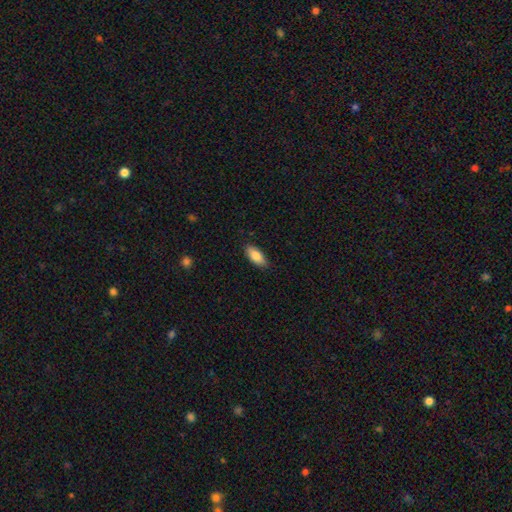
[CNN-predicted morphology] Smooth or featured?
  - smooth: 83% *
  - featured or disk: 10%
  - star or artifact: 6%
How rounded?
  - in between: 85% *
  - cigar-shaped: 13%
  - round: 2%
Merging?
  - none: 86% *
  - minor disturbance: 11%
  - major disturbance: 2%
  - merger: 1%